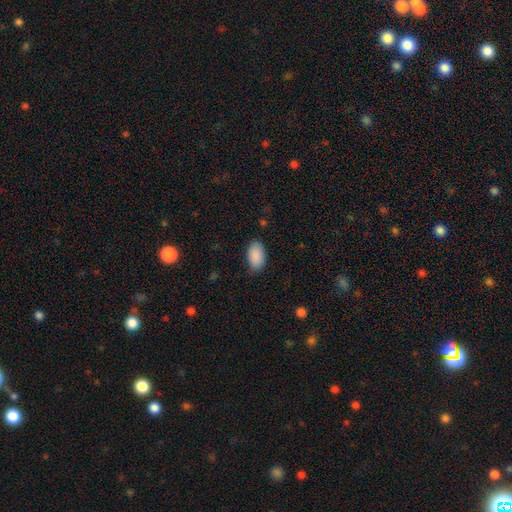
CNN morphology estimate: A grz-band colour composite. It shows a smooth galaxy with no disk features (90%) that is in between round and cigar-shaped (95%). Merging: none (82%).